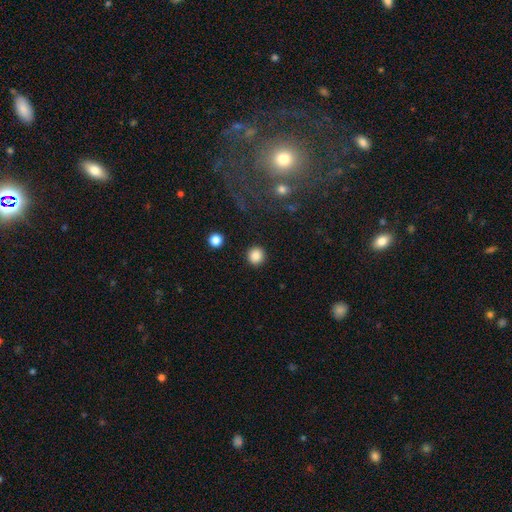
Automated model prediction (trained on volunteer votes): Smooth or featured?
  - smooth: 86% *
  - star or artifact: 10%
  - featured or disk: 4%
How rounded?
  - round: 93% *
  - in between: 6%
  - cigar-shaped: 1%
Merging?
  - none: 91% *
  - minor disturbance: 5%
  - major disturbance: 2%
  - merger: 1%